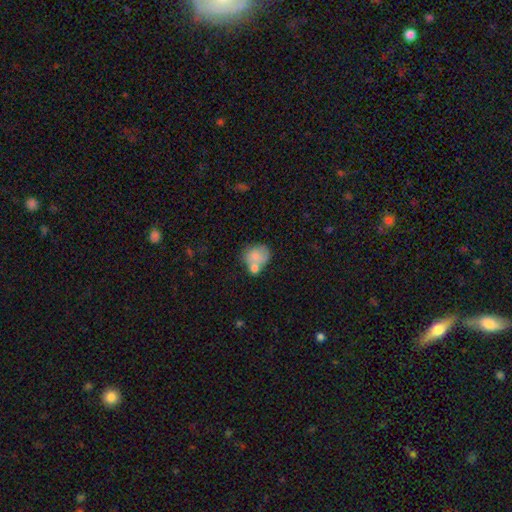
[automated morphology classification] Overall: smooth (72%). How rounded: round (54%; in between 45%). Merging: merger (50%; none 27%).